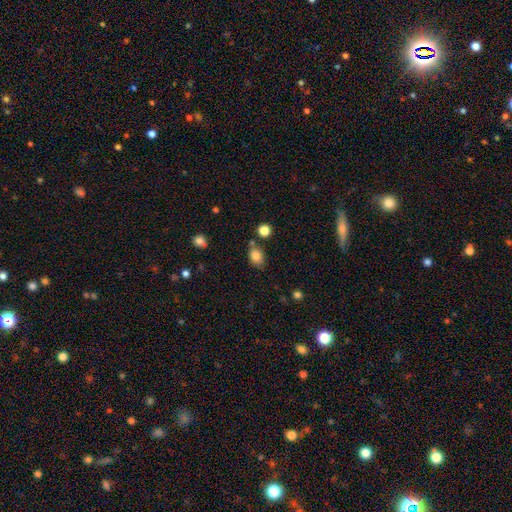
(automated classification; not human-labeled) A smooth galaxy with no disk features (84%) that is in between round and cigar-shaped (66%).

Vote fractions:
- Smooth or featured? smooth: 84% / star or artifact: 10% / featured or disk: 6%
- How rounded? in between: 66% / round: 33% / cigar-shaped: 1%
- Merging? none: 69% / minor disturbance: 18% / merger: 9% / major disturbance: 4%